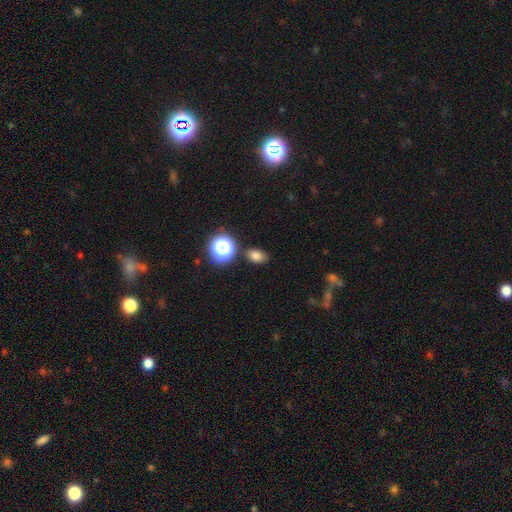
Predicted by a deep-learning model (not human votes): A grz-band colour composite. It shows a smooth galaxy with no disk features (76%) that is in between round and cigar-shaped (74%). Merging: none (81%).